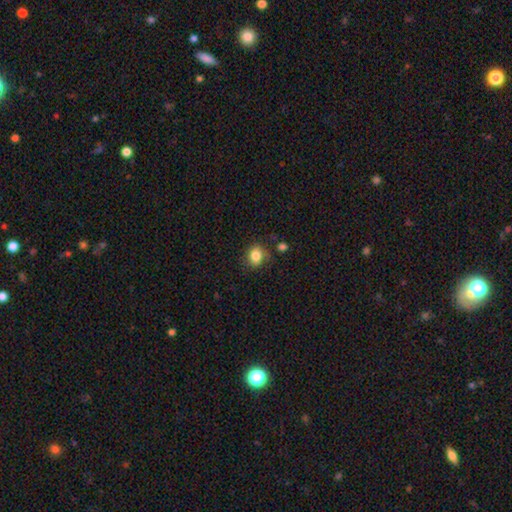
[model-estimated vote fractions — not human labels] Smooth or featured? smooth (83%)
How rounded? round (55%)
Merging? none (74%)